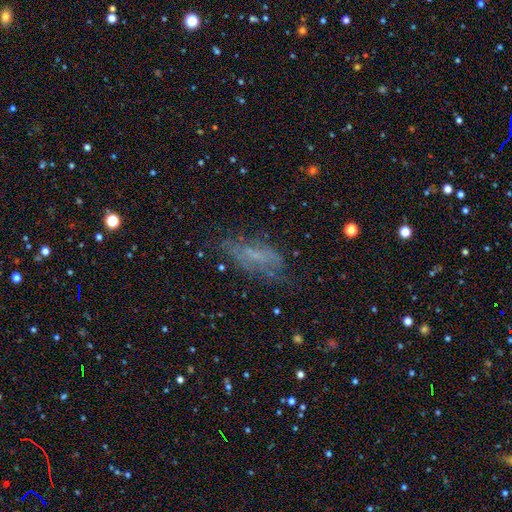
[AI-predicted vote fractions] This is marginally a featured or disk galaxy (41%). Merging: possibly none (56%).